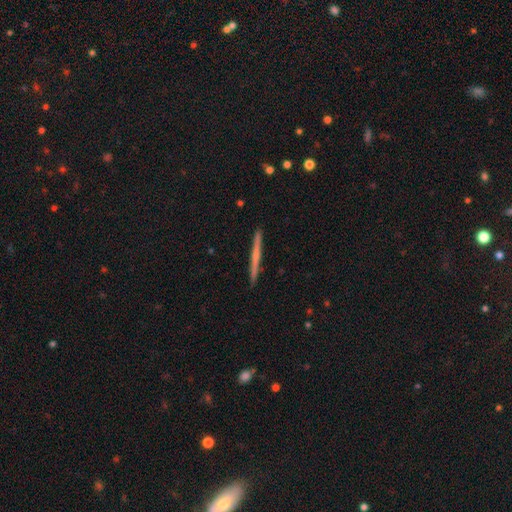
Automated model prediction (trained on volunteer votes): A featured or disk galaxy (53%) viewed edge-on (98%) with no central bulge (81%). Merging: none (93%).